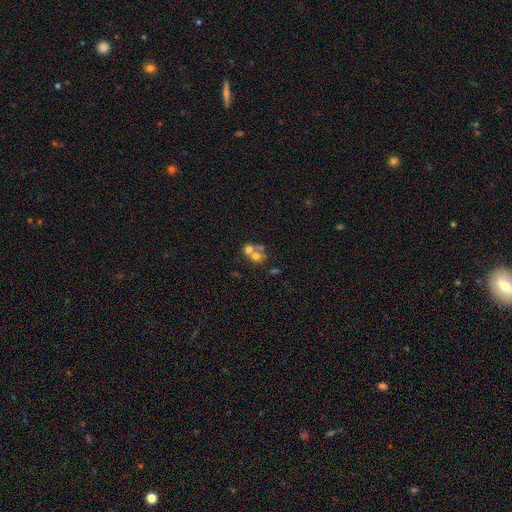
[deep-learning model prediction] smooth 60%, featured or disk 26%, star or artifact 13%. Down the decision tree: how rounded — round (71%); merging — merger (62%).